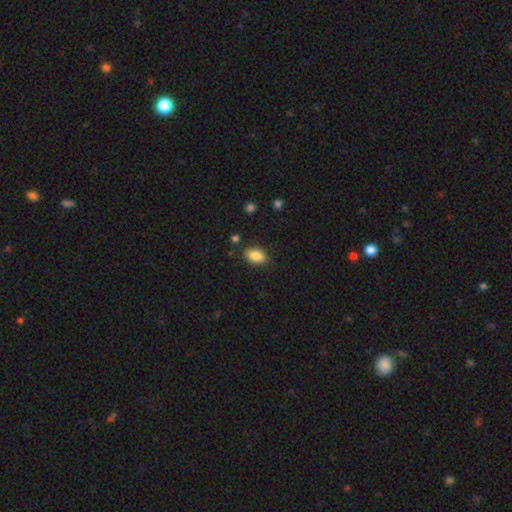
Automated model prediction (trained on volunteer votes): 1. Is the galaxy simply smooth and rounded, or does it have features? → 86% smooth, 8% star or artifact, 6% featured or disk.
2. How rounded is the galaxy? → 90% in between, 8% round, 2% cigar-shaped.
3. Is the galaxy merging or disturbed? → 85% none, 11% minor disturbance, 3% major disturbance, 2% merger.